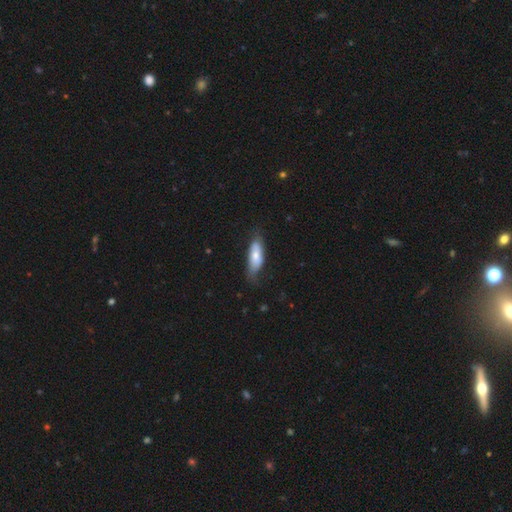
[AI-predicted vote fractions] smooth-or-featured: smooth: 68% | featured or disk: 26% | star or artifact: 6%
  how-rounded: in between: 68% | cigar-shaped: 30% | round: 2%
  merging: none: 60% | minor disturbance: 29% | major disturbance: 9% | merger: 2%